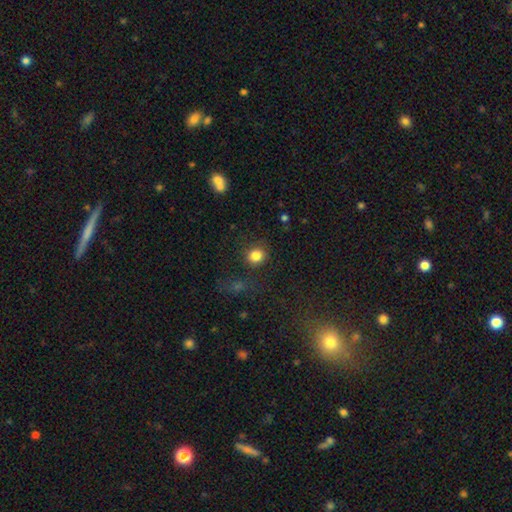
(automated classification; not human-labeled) Q: Smooth or featured?
A: smooth (83%); runner-up: star or artifact (11%)
Q: How rounded?
A: round (84%); runner-up: in between (15%)
Q: Merging?
A: none (81%); runner-up: minor disturbance (11%)